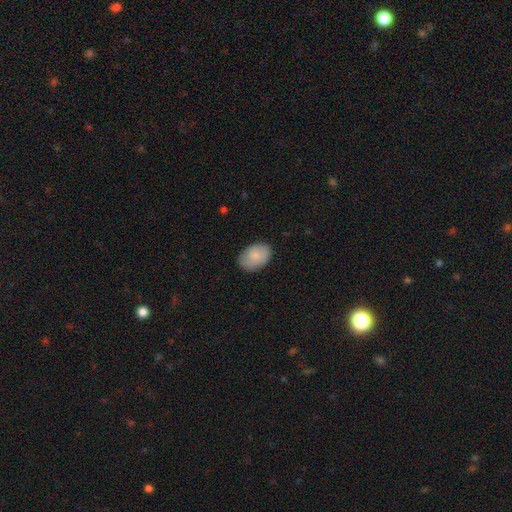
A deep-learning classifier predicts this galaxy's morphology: type=smooth (81%); roundness=in between (85%); merging=none (81%).